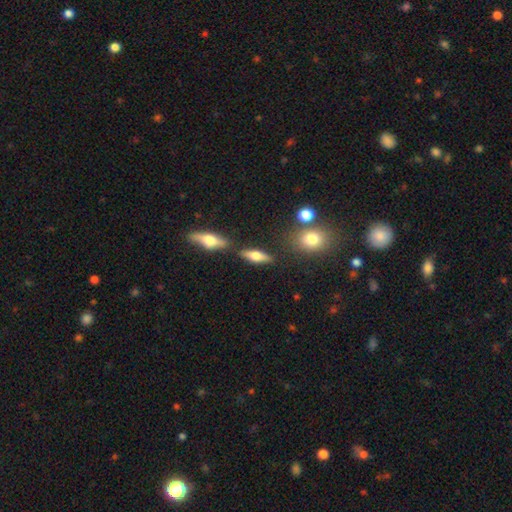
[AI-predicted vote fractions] Overall: smooth (51%; featured or disk 41%). How rounded: in between (51%; cigar-shaped 44%). Merging: none (75%).